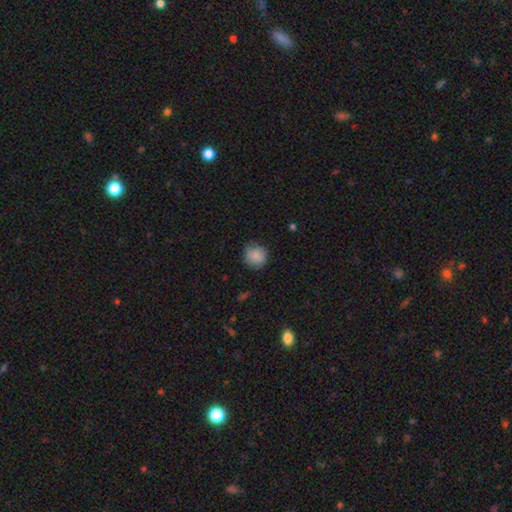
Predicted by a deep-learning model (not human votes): Overall: smooth (86%). How rounded: round (90%). Merging: none (76%).